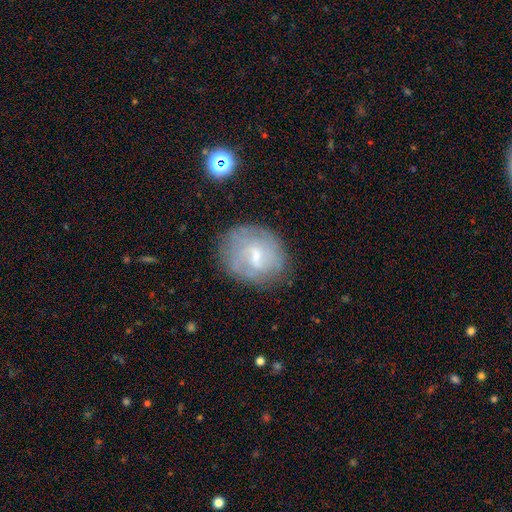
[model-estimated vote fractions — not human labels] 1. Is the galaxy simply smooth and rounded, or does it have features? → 57% featured or disk, 34% smooth, 9% star or artifact.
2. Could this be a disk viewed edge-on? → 97% no, 3% yes.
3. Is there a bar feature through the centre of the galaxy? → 60% weak, 23% no, 16% strong.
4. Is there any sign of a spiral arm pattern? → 67% yes, 33% no.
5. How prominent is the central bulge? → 52% small, 34% moderate, 10% none, 2% large, 1% dominant.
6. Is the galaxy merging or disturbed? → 71% none, 19% minor disturbance, 8% major disturbance, 2% merger.